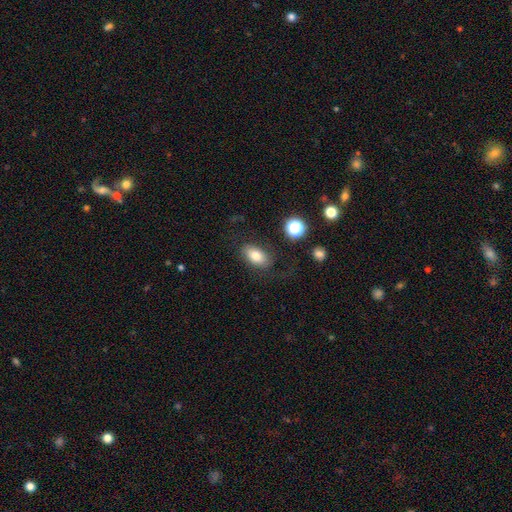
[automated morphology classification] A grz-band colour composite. It shows a smooth galaxy with no disk features (77%) that is in between round and cigar-shaped (90%). Merging: none (76%).